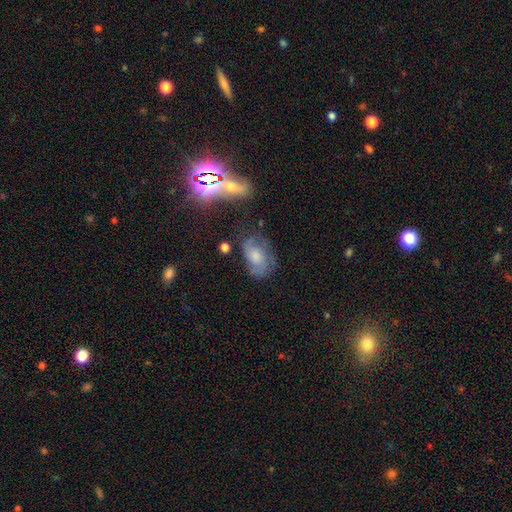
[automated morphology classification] This appears to be a featured or disk galaxy (47%). Merging: none (55%).